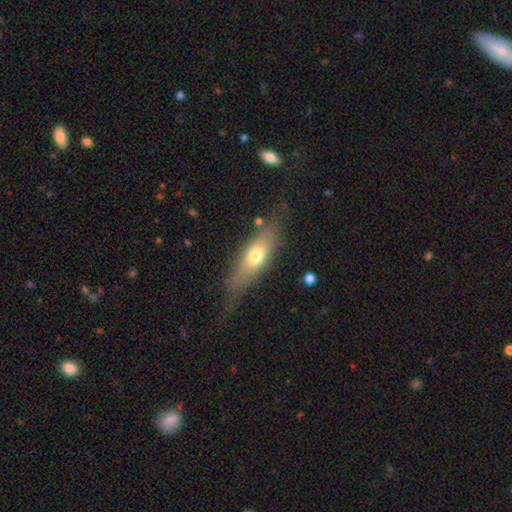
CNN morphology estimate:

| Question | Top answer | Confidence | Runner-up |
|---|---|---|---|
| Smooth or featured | smooth | 60% | featured or disk (32%) |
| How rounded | in between | 54% | cigar-shaped (42%) |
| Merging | none | 64% | minor disturbance (21%) |